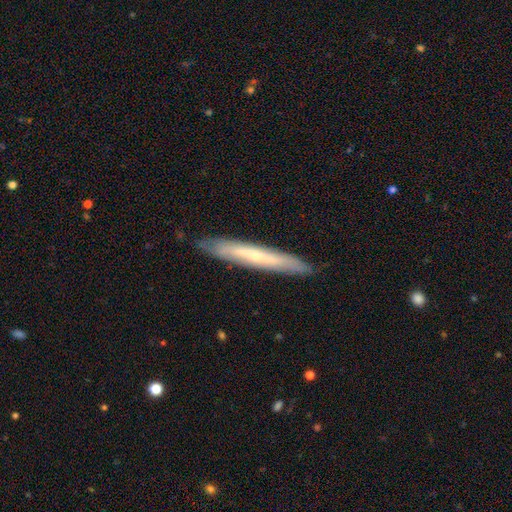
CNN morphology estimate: A featured or disk galaxy (54%) viewed edge-on (82%). Merging: none (86%).